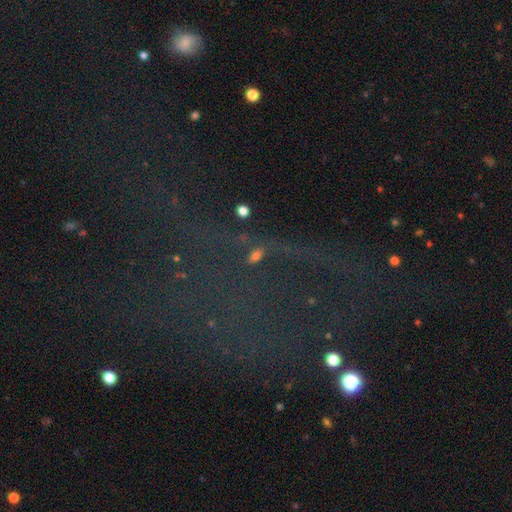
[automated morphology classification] Smooth or featured?
  - star or artifact: 45% *
  - smooth: 37%
  - featured or disk: 18%